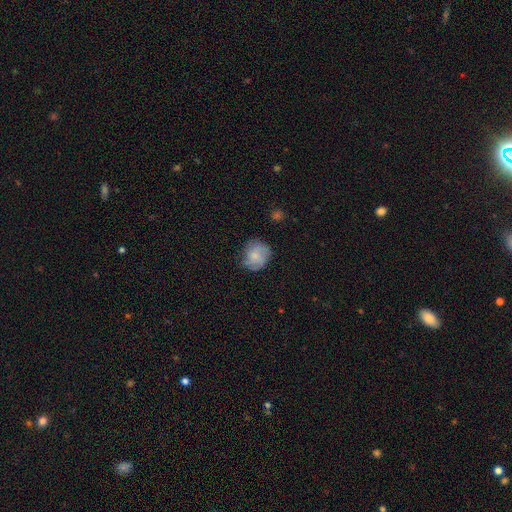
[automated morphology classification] The model was most divided on "smooth or featured": smooth: 65%, featured or disk: 27%, star or artifact: 8%. More confident: how rounded — round (77%); merging — none (67%).